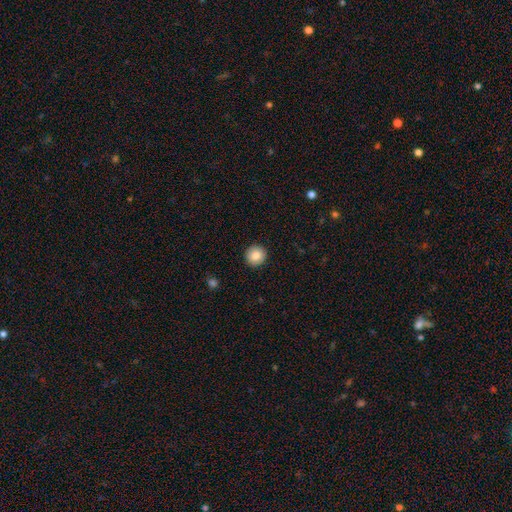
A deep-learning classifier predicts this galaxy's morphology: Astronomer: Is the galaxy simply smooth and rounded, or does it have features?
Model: smooth — 83%.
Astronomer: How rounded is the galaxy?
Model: round — 95%.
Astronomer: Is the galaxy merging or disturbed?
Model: none — 93%.